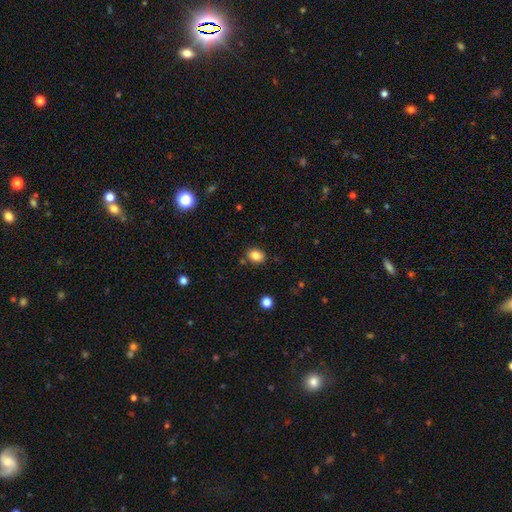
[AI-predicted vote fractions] Smooth or featured?
  - smooth: 85% *
  - star or artifact: 10%
  - featured or disk: 5%
How rounded?
  - in between: 57% *
  - round: 42%
  - cigar-shaped: 1%
Merging?
  - none: 83% *
  - minor disturbance: 10%
  - merger: 4%
  - major disturbance: 3%